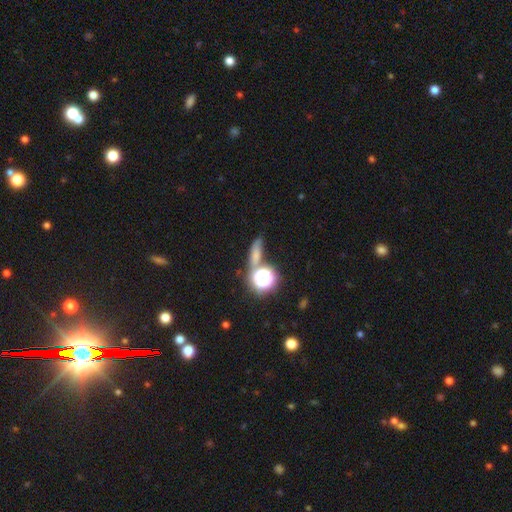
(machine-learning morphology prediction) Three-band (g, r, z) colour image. It shows a smooth galaxy with no disk features (56%) that is in between round and cigar-shaped (39%). Merging: none (59%).